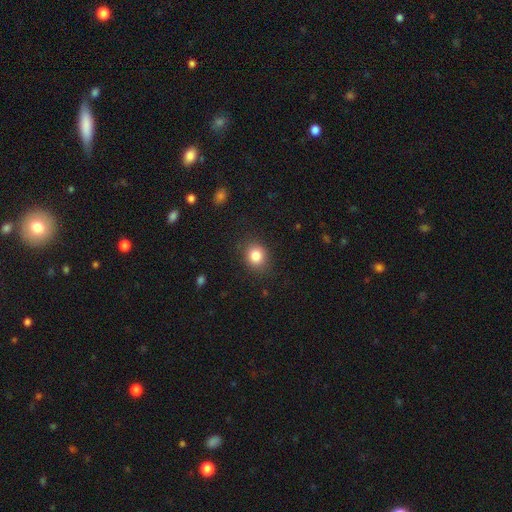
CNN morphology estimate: Overall: smooth (84%). How rounded: round (72%). Merging: none (86%).